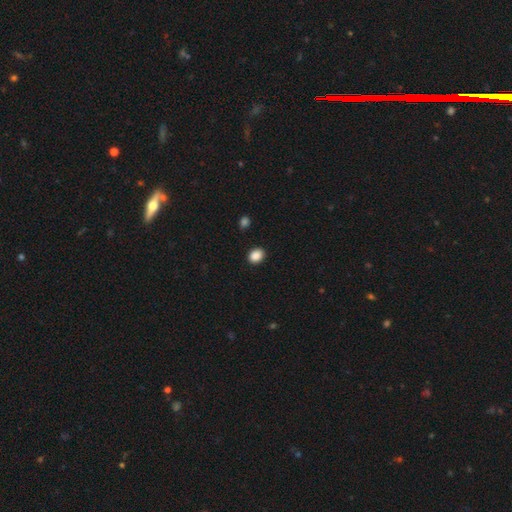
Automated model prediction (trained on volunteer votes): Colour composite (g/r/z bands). It shows a smooth galaxy with no disk features (88%) that is in between round and cigar-shaped (54%). Merging: none (89%).